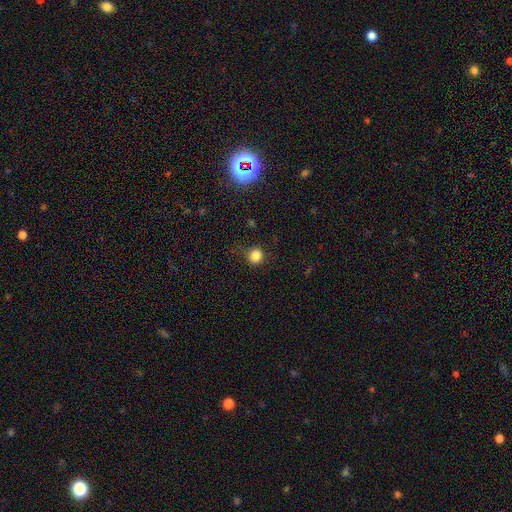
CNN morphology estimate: Smooth or featured? smooth (84%)
How rounded? round (92%)
Merging? none (83%)